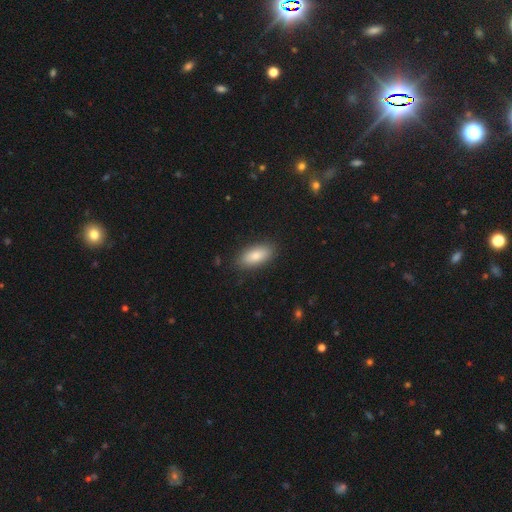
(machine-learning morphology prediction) This is clearly a smooth galaxy (84%). How rounded: clearly in between (87%). Merging: clearly none (86%).